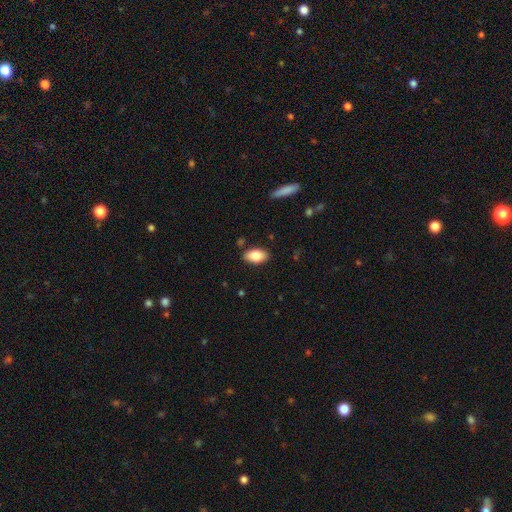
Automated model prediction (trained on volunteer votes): This appears to be a smooth galaxy with no disk features (84%) that is in between round and cigar-shaped (93%). Merging: none (85%).